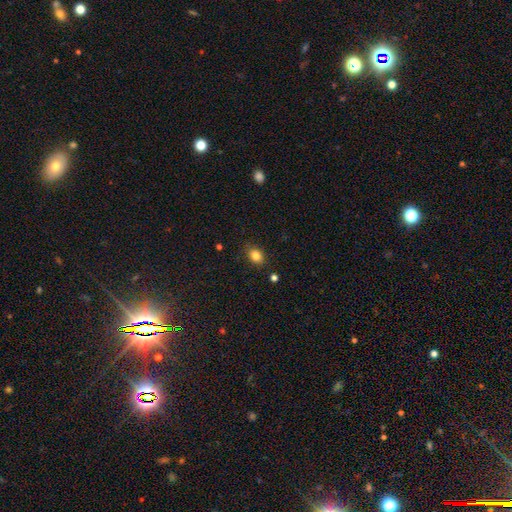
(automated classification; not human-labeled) This appears to be a smooth galaxy with no disk features (83%) that is in between round and cigar-shaped (59%). Merging: none (84%).